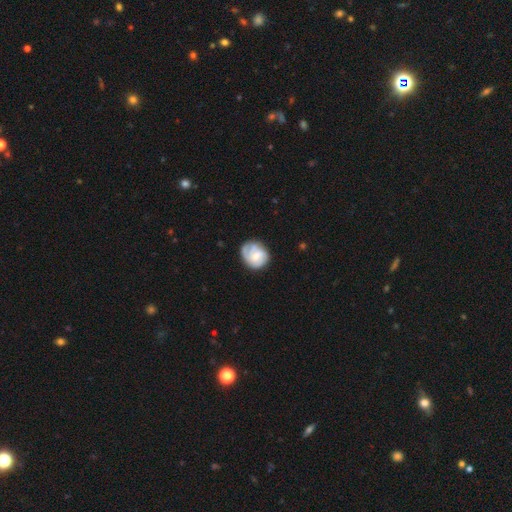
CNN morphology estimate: This appears to be a featured or disk galaxy (56%) with no bar (54%), spiral arms (81%) and a small central bulge (47%). Merging: none (67%).